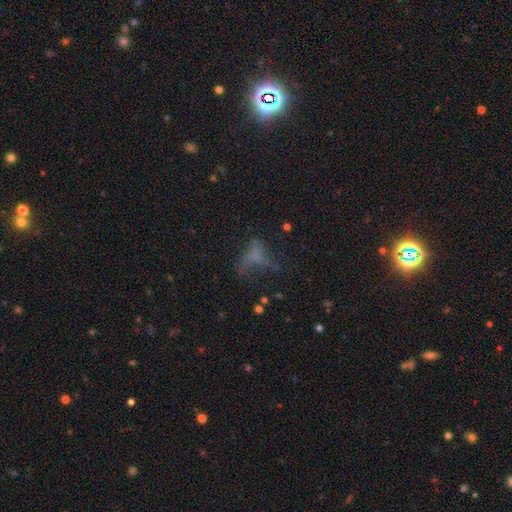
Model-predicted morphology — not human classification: A smooth galaxy with no disk features (46%). Merging: major disturbance (44%).